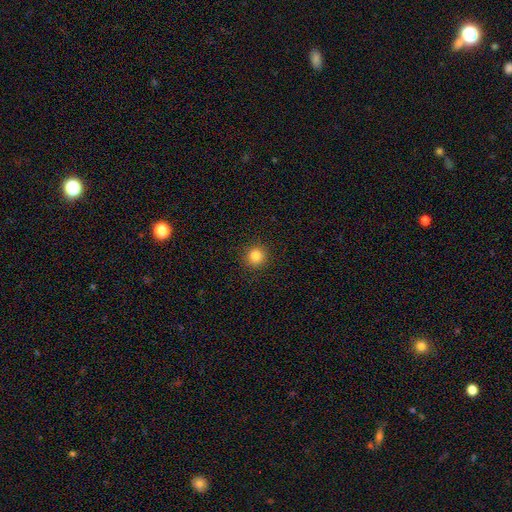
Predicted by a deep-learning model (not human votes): Smooth or featured? Predicted: smooth (p=0.83). How rounded? Predicted: round (p=0.95). Merging? Predicted: none (p=0.92).